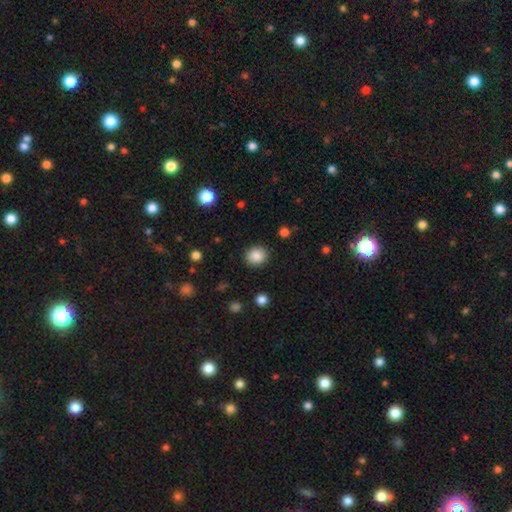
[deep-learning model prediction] smooth_or_featured: smooth (p=0.86) [alt: star or artifact p=0.09]
how_rounded: round (p=0.73) [alt: in between p=0.26]
merging: none (p=0.89) [alt: minor disturbance p=0.08]